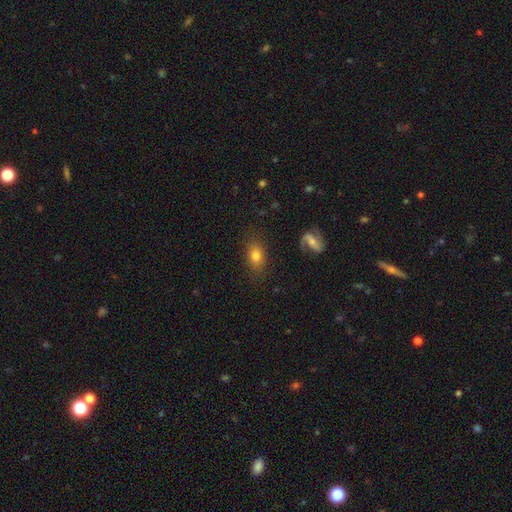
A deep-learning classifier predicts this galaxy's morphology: type=smooth (74%); roundness=in between (78%); merging=none (78%).